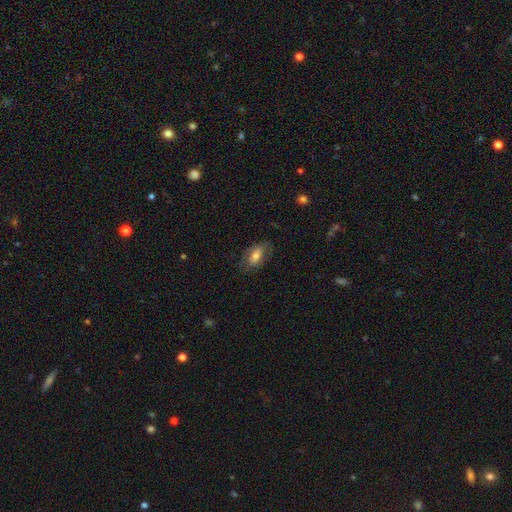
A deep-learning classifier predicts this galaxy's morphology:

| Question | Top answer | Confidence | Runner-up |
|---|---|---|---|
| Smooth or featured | smooth | 62% | featured or disk (31%) |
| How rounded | in between | 90% | round (7%) |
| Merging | none | 71% | minor disturbance (19%) |